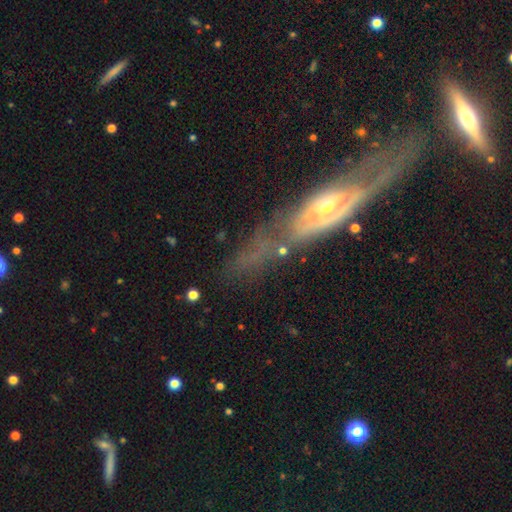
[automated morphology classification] Smooth or featured? featured or disk (74%)
Edge-on disk? no (62%)
Merging? none (59%)